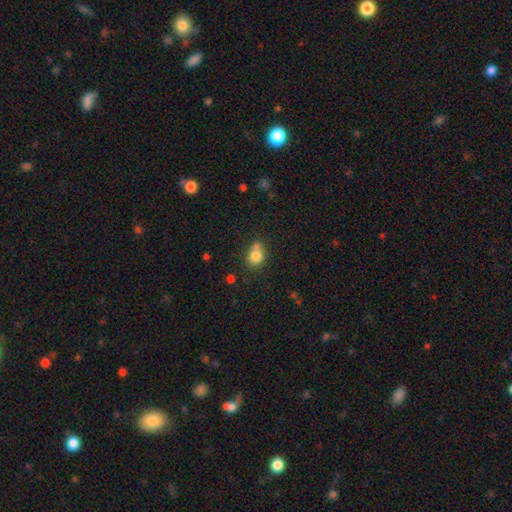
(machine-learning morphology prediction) smooth-or-featured: smooth: 80% | star or artifact: 11% | featured or disk: 9%
  how-rounded: round: 61% | in between: 38% | cigar-shaped: 1%
  merging: none: 49% | merger: 30% | minor disturbance: 16% | major disturbance: 5%